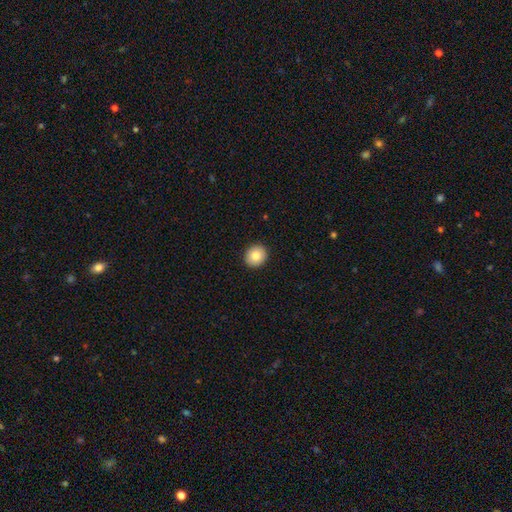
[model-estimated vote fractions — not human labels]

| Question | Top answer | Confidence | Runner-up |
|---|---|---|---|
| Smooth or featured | smooth | 84% | star or artifact (8%) |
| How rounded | round | 85% | in between (14%) |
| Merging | none | 93% | minor disturbance (5%) |